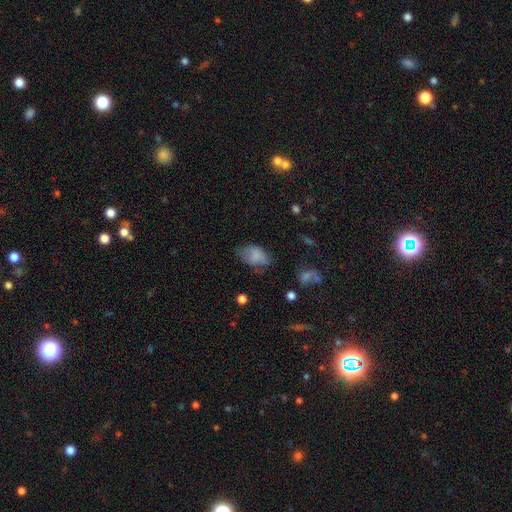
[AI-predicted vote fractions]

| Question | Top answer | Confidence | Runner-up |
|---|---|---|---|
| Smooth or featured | smooth | 75% | featured or disk (14%) |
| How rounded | in between | 87% | round (12%) |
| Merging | none | 47% | minor disturbance (32%) |